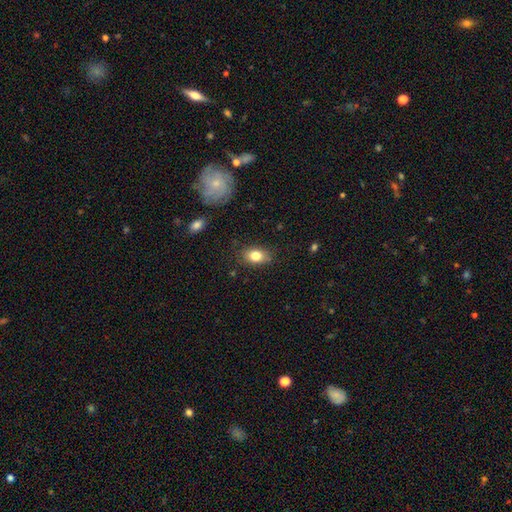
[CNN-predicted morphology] The model was most divided on "how rounded": in between: 78%, round: 20%, cigar-shaped: 2%. More confident: smooth or featured — smooth (81%); merging — none (80%).